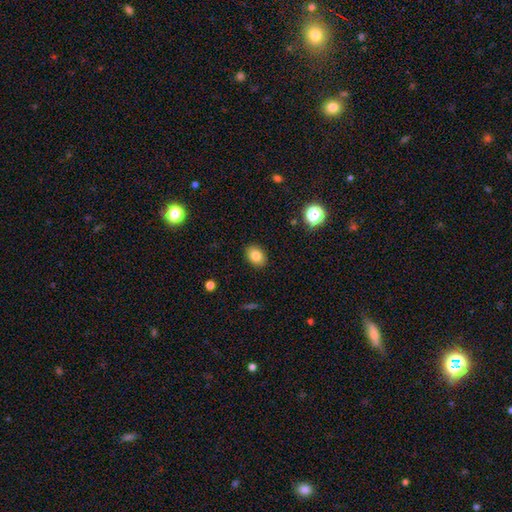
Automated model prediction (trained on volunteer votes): Overall: smooth (81%). How rounded: in between (69%; round 30%). Merging: none (89%).